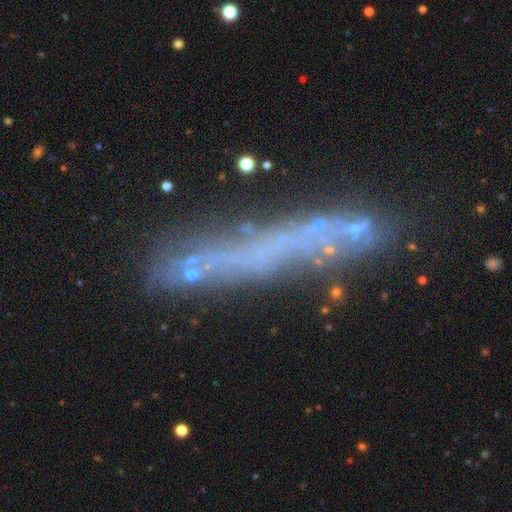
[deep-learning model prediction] Q: Smooth or featured?
A: featured or disk (46%); runner-up: smooth (34%)
Q: Merging?
A: none (69%); runner-up: minor disturbance (17%)